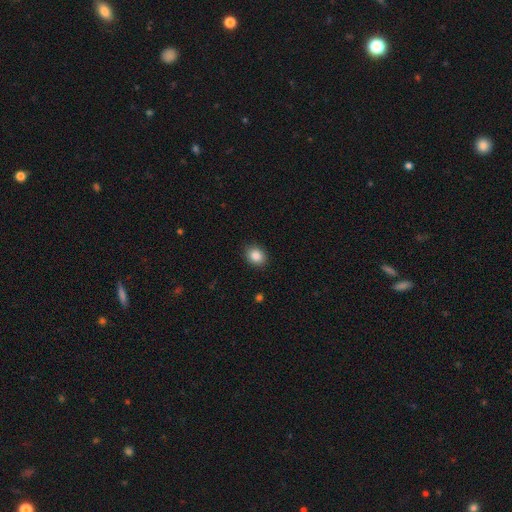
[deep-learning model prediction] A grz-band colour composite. It shows a smooth galaxy with no disk features (86%) that is round (53%). Merging: none (89%).